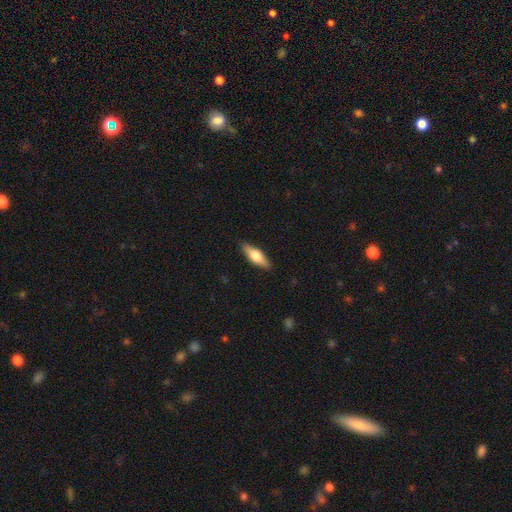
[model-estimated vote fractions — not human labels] Overall: smooth (55%; featured or disk 39%). How rounded: in between (50%; cigar-shaped 47%). Merging: none (88%).